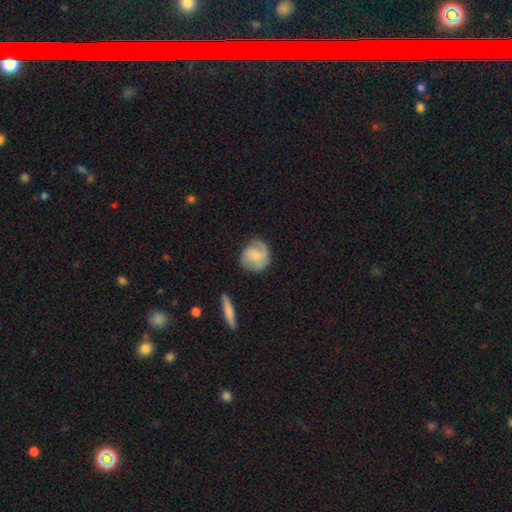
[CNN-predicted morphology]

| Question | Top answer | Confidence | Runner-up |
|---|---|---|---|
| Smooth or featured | smooth | 49% | featured or disk (45%) |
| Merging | none | 66% | minor disturbance (22%) |